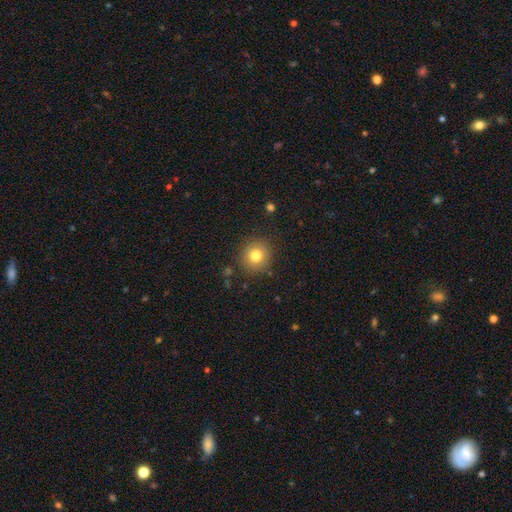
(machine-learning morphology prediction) type=smooth (78%); roundness=round (90%); merging=none (86%).